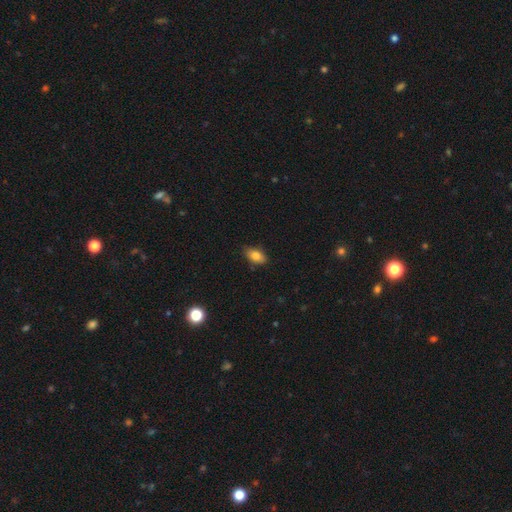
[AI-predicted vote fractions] smooth-or-featured: smooth: 82% | featured or disk: 9% | star or artifact: 8%
  how-rounded: in between: 89% | round: 7% | cigar-shaped: 4%
  merging: none: 83% | minor disturbance: 13% | major disturbance: 2% | merger: 1%